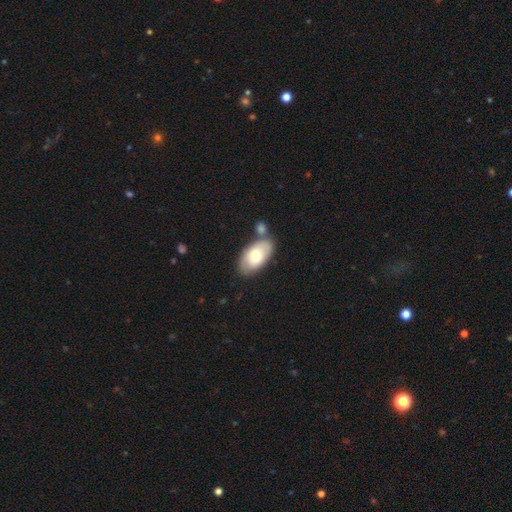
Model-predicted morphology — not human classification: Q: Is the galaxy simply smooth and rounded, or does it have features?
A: smooth — 66%.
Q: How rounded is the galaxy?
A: in between — 94%.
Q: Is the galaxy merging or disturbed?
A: none — 58%.